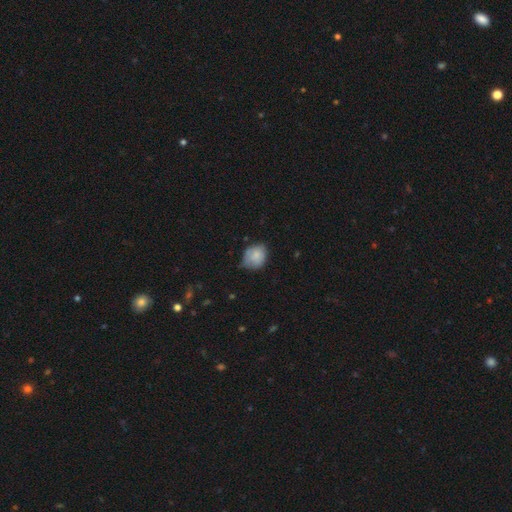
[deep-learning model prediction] A smooth galaxy with no disk features (80%) that is round (58%). Merging: none (50%).